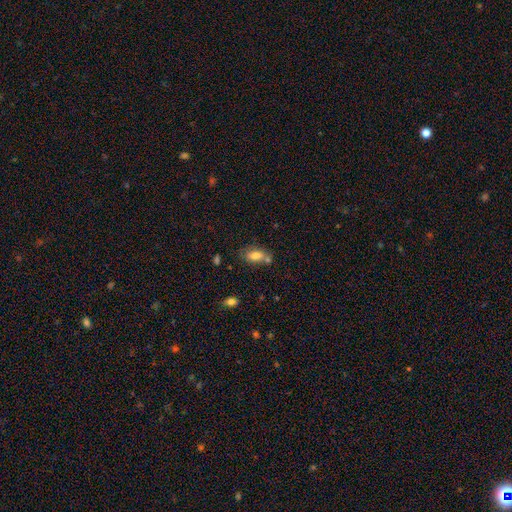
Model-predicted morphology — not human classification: A smooth galaxy with no disk features (78%) that is in between round and cigar-shaped (86%). Merging: none (55%).